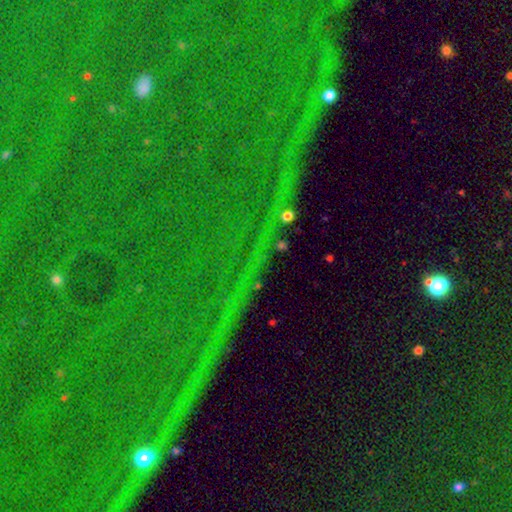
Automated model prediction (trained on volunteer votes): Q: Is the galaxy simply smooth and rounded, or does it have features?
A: star or artifact — 84%.